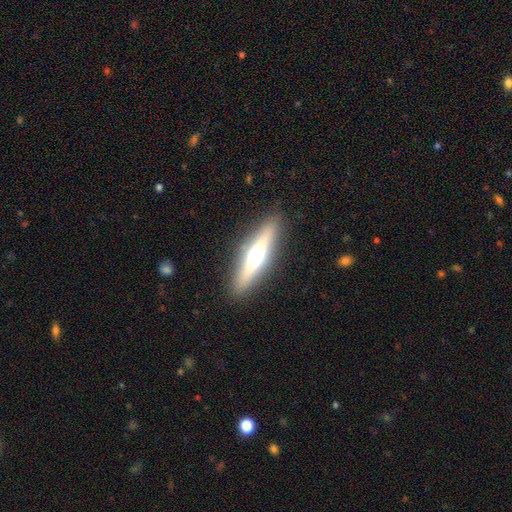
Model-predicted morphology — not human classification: featured or disk 55%, smooth 38%, star or artifact 7%. Down the decision tree: edge-on disk — yes (91%); merging — none (89%).